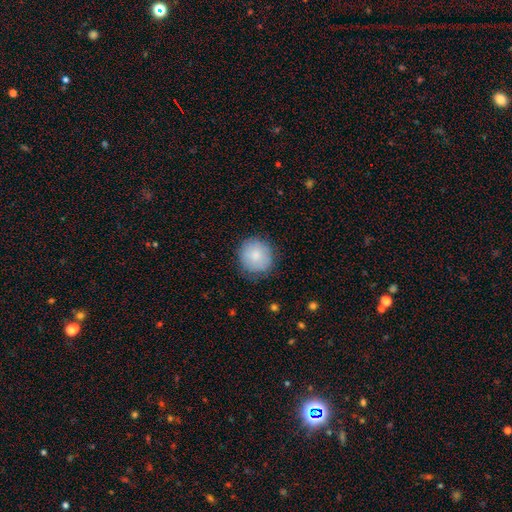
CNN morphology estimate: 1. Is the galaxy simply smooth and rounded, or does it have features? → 82% smooth, 11% featured or disk, 7% star or artifact.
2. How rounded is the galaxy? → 90% round, 9% in between, 1% cigar-shaped.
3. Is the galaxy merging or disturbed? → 78% none, 17% minor disturbance, 4% major disturbance, 1% merger.